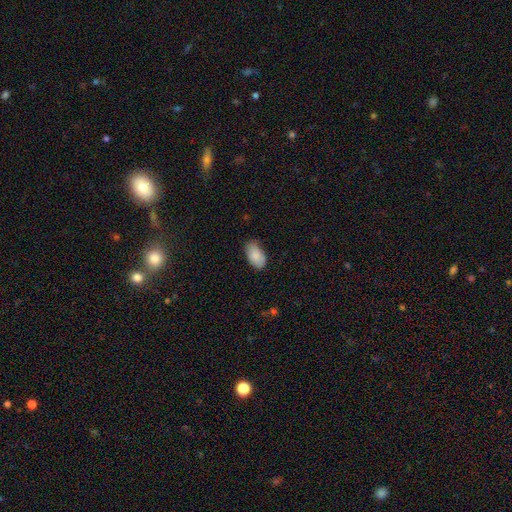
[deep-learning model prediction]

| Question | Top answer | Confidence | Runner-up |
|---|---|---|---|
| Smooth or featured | smooth | 87% | featured or disk (7%) |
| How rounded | in between | 94% | round (4%) |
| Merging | none | 71% | minor disturbance (24%) |